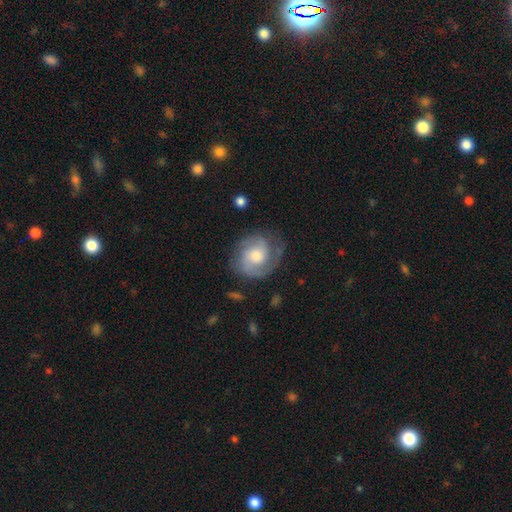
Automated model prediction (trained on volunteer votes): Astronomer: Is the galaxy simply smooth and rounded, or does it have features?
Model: featured or disk — 78%.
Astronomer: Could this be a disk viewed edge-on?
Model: no — 98%.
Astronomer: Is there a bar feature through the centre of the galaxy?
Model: no — 63%.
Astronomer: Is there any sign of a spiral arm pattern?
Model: yes — 95%.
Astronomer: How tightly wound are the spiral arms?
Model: tight — 46% (runner-up: medium, 42%).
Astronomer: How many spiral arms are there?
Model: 2 — 72%.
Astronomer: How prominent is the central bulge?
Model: moderate — 57%.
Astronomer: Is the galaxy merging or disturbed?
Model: none — 76%.